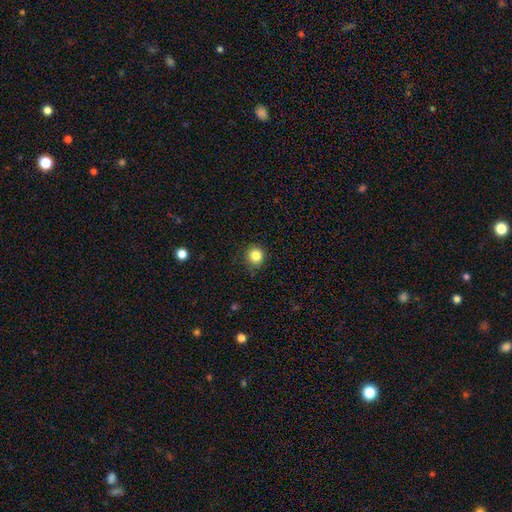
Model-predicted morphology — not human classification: type=smooth (84%); roundness=round (91%); merging=none (88%).